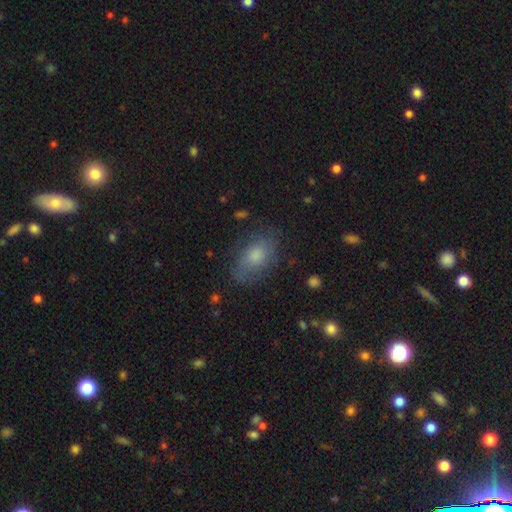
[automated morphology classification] The model was most divided on "smooth or featured": smooth: 67%, featured or disk: 24%, star or artifact: 9%. More confident: how rounded — in between (88%); merging — none (72%).